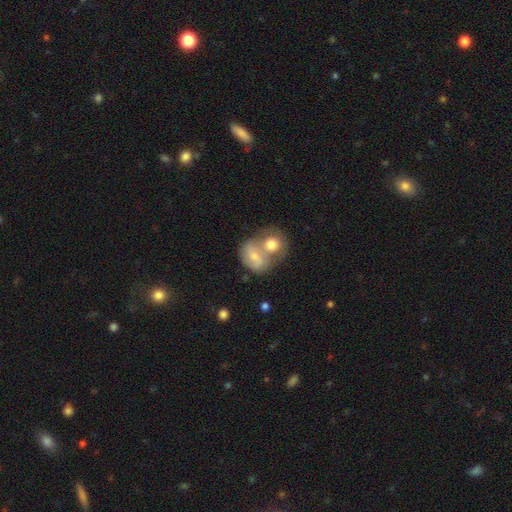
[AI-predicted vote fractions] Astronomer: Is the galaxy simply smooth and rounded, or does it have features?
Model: smooth — 56% (runner-up: featured or disk, 36%).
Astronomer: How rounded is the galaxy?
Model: round — 53% (runner-up: in between, 45%).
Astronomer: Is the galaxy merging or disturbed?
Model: merger — 63%.